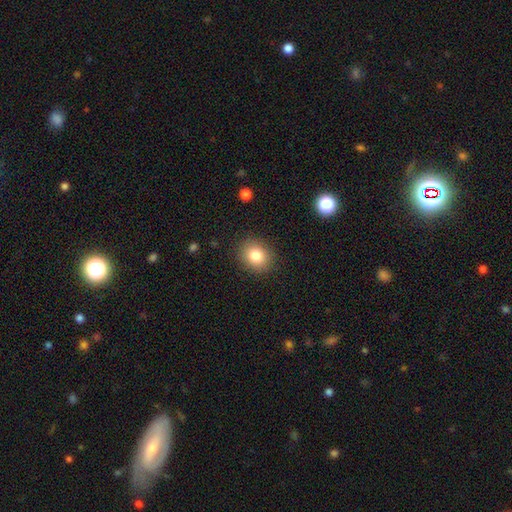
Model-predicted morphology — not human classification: type=smooth (82%); roundness=round (63%); merging=none (88%).